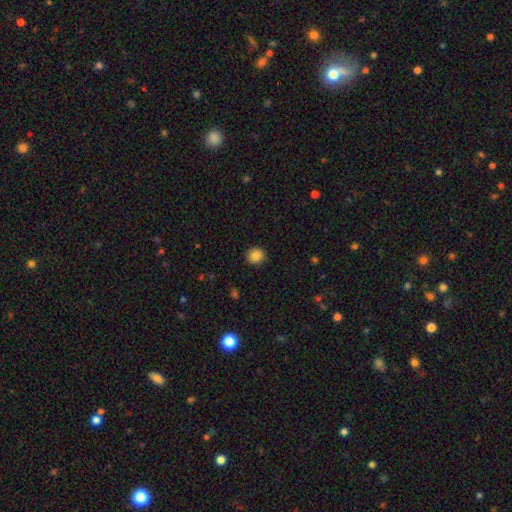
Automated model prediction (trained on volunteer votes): Smooth or featured? Predicted: smooth (p=0.86). How rounded? Predicted: round (p=0.88). Merging? Predicted: none (p=0.91).